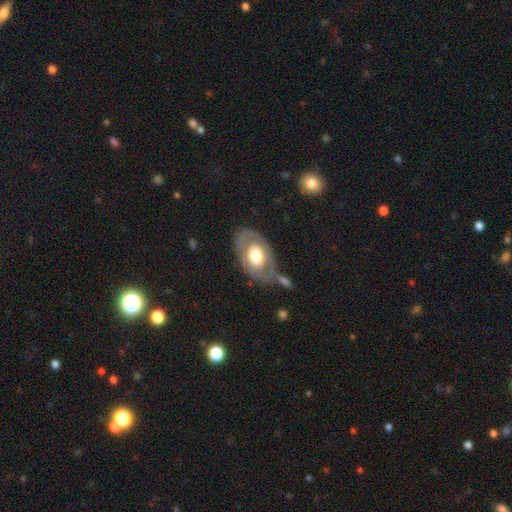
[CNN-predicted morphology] Smooth or featured? Predicted: featured or disk (p=0.48). Merging? Predicted: none (p=0.66).